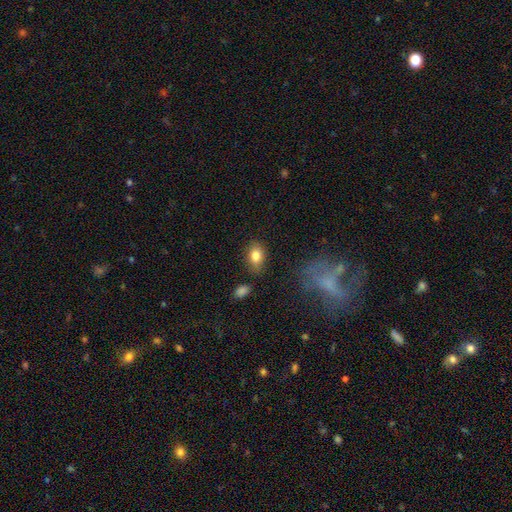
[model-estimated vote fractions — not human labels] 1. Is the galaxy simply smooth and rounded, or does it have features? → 83% smooth, 9% featured or disk, 9% star or artifact.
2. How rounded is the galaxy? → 81% in between, 17% round, 2% cigar-shaped.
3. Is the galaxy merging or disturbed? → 78% none, 15% minor disturbance, 4% major disturbance, 4% merger.